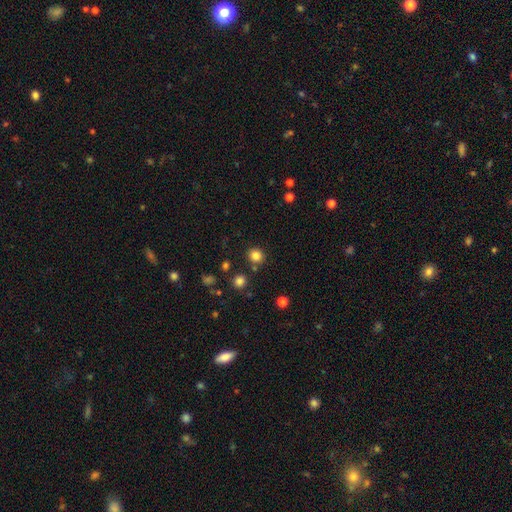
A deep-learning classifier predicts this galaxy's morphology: Smooth or featured? smooth (83%)
How rounded? round (87%)
Merging? none (83%)